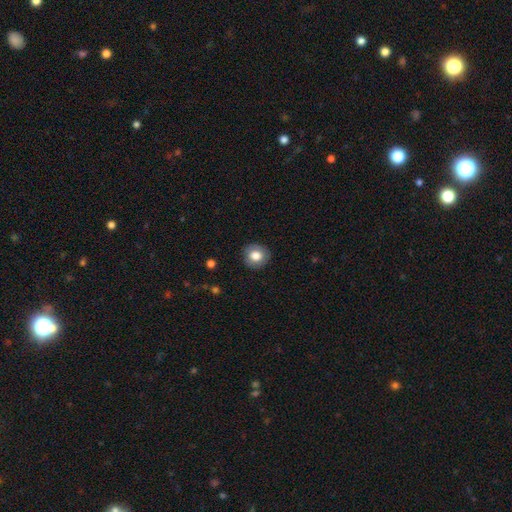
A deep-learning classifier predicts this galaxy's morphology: This appears to be a smooth galaxy with no disk features (79%) that is round (86%). Merging: none (89%).